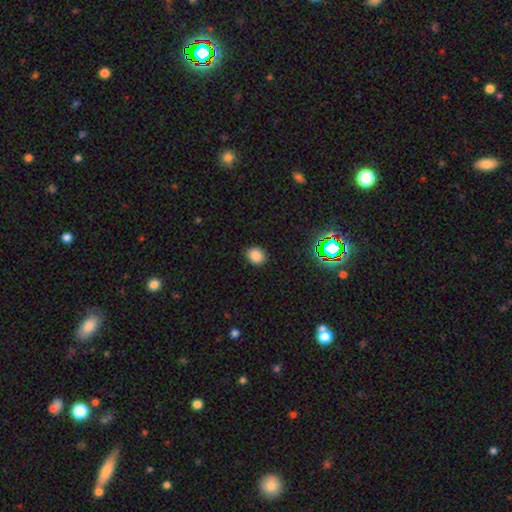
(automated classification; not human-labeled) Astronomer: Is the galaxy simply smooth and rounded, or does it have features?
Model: smooth — 84%.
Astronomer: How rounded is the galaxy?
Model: round — 64%.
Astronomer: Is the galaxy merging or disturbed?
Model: none — 89%.